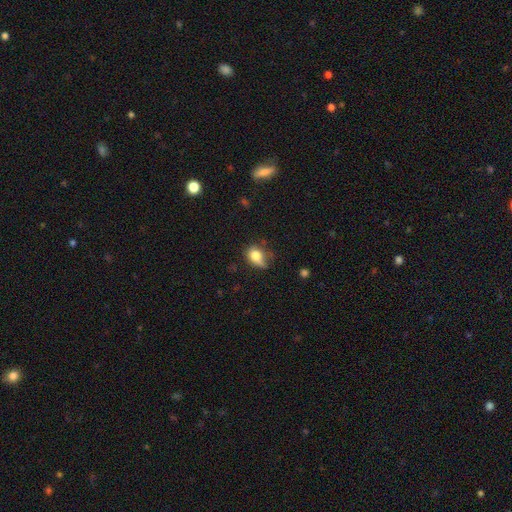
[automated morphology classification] smooth-or-featured: smooth: 77% | featured or disk: 14% | star or artifact: 10%
  how-rounded: in between: 64% | round: 34% | cigar-shaped: 2%
  merging: none: 40% | minor disturbance: 39% | major disturbance: 17% | merger: 4%